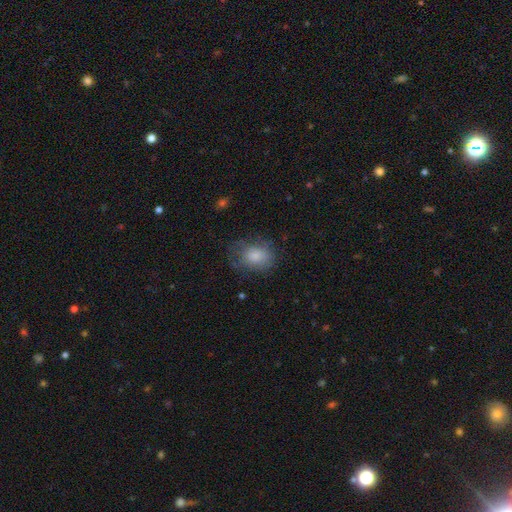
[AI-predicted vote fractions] The model was most divided on "how rounded": in between: 61%, round: 38%, cigar-shaped: 1%. More confident: smooth or featured — smooth (78%); merging — none (54%).